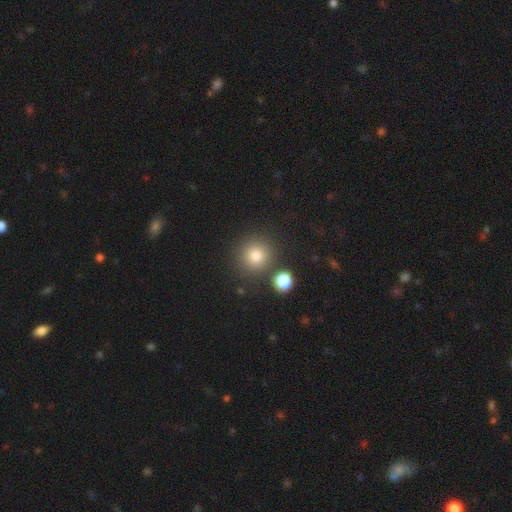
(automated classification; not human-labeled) Smooth or featured? Predicted: smooth (p=0.79). How rounded? Predicted: round (p=0.92). Merging? Predicted: none (p=0.81).